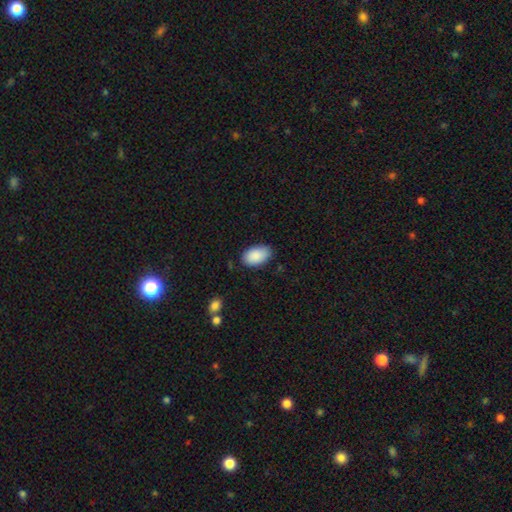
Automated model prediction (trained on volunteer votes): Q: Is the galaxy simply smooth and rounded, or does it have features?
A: smooth — 89%.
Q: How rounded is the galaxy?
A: in between — 94%.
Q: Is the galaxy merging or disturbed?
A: none — 82%.